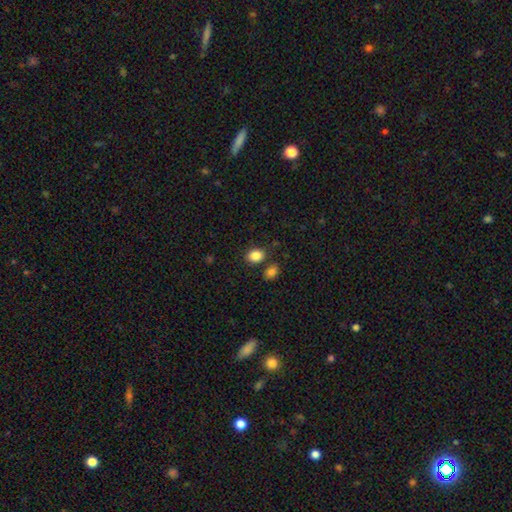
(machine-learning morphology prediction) This appears to be a smooth galaxy with no disk features (87%) that is in between round and cigar-shaped (61%). Merging: none (76%).